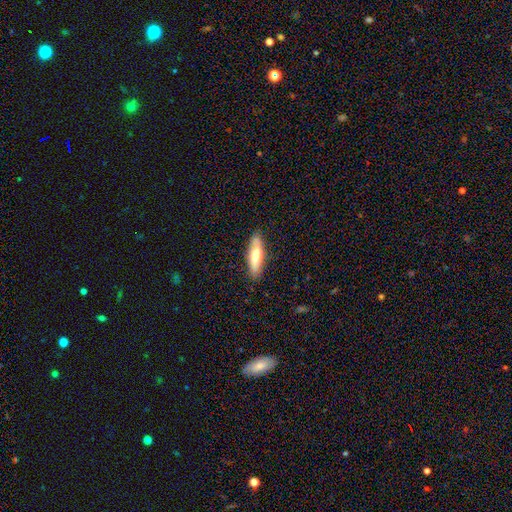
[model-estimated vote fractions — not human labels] A smooth galaxy with no disk features (65%) that is cigar-shaped (61%). Merging: none (84%).